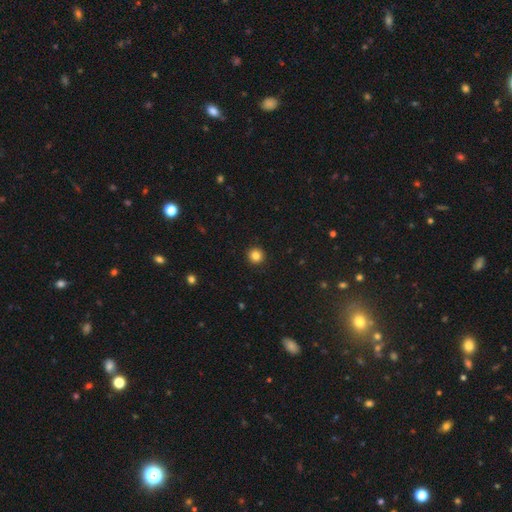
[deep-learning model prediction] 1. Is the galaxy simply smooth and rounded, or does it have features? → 84% smooth, 12% star or artifact, 5% featured or disk.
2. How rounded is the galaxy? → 96% round, 3% in between, 1% cigar-shaped.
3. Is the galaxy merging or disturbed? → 94% none, 4% minor disturbance, 1% major disturbance, 1% merger.